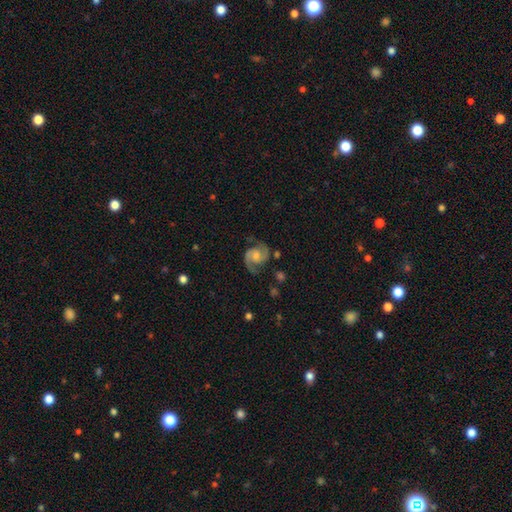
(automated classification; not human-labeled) Smooth or featured? Predicted: featured or disk (p=0.87). Edge-on disk? Predicted: no (p=0.98). Bar? Predicted: no (p=0.60). Spiral arms? Predicted: yes (p=0.97). Spiral winding? Predicted: medium (p=0.56). Spiral arm count? Predicted: 2 (p=0.92). Bulge size? Predicted: moderate (p=0.46). Merging? Predicted: none (p=0.75).